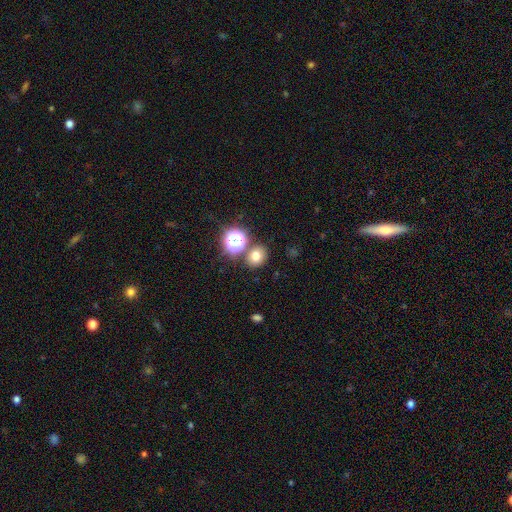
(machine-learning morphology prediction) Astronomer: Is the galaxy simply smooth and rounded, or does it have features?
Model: smooth — 71%.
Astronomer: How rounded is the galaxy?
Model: round — 65%.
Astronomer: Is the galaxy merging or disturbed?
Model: none — 76%.